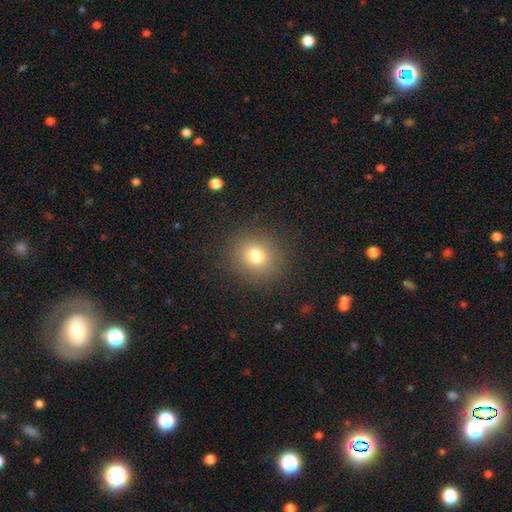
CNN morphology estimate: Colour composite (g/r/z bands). It shows a smooth galaxy with no disk features (77%) that is round (83%). Merging: none (88%).